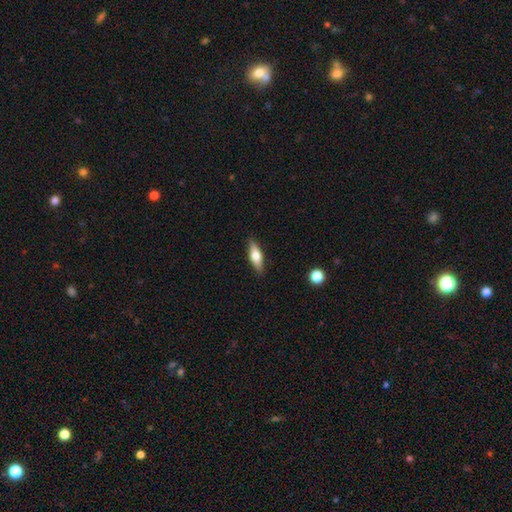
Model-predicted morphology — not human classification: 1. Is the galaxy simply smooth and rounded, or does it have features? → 53% smooth, 41% featured or disk, 6% star or artifact.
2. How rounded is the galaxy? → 49% cigar-shaped, 48% in between, 3% round.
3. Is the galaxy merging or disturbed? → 87% none, 10% minor disturbance, 2% major disturbance, 1% merger.